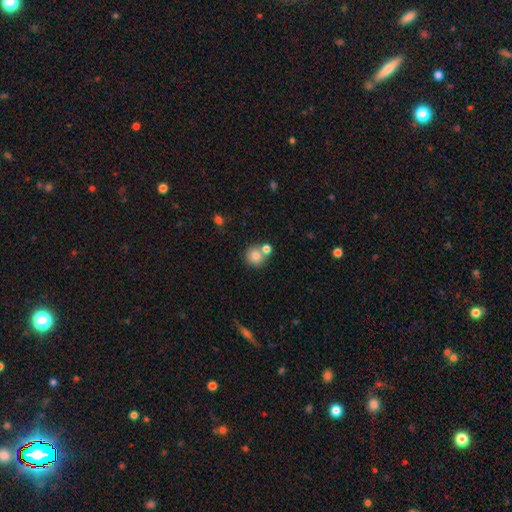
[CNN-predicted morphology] type=smooth (80%); roundness=round (90%); merging=none (57%).